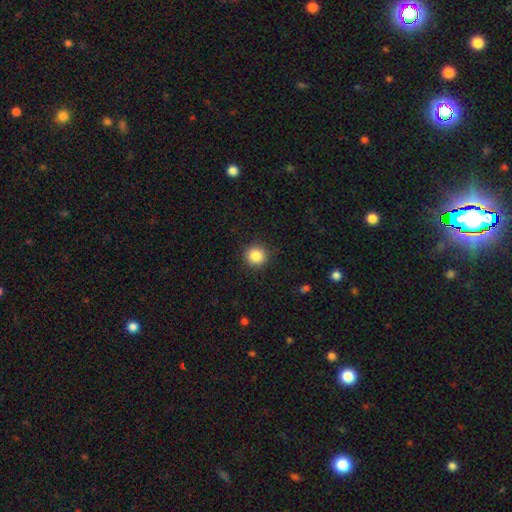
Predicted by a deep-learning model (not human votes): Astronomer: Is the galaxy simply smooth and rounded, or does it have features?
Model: smooth — 86%.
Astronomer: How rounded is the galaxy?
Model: round — 94%.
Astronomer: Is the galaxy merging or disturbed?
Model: none — 91%.